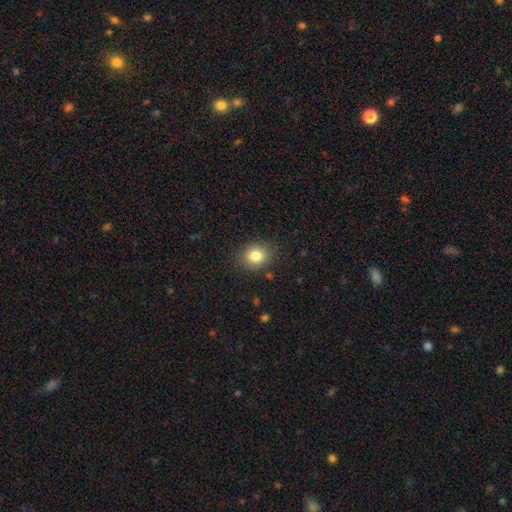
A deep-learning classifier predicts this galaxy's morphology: A smooth galaxy with no disk features (82%) that is round (69%).

Vote fractions:
- Smooth or featured? smooth: 82% / star or artifact: 11% / featured or disk: 7%
- How rounded? round: 69% / in between: 30% / cigar-shaped: 1%
- Merging? none: 84% / minor disturbance: 12% / major disturbance: 3% / merger: 1%